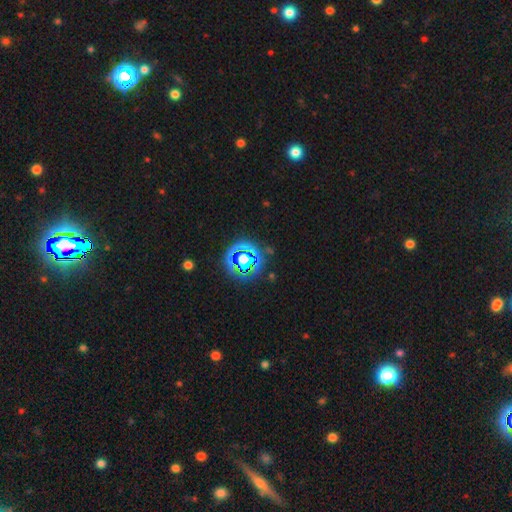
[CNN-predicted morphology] Smooth or featured? star or artifact (79%)